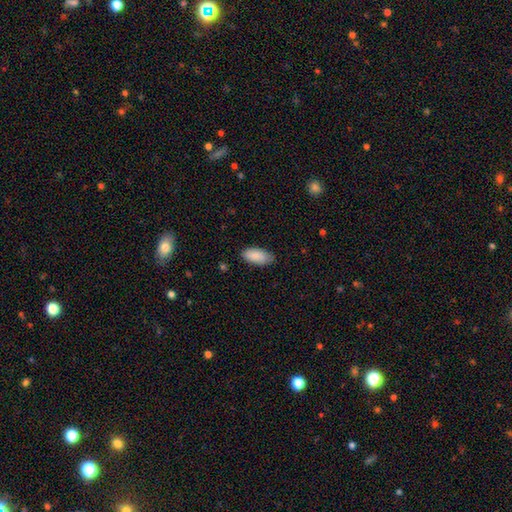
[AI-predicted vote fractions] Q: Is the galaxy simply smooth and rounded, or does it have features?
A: smooth — 88%.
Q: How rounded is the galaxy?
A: in between — 91%.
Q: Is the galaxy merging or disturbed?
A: none — 77%.